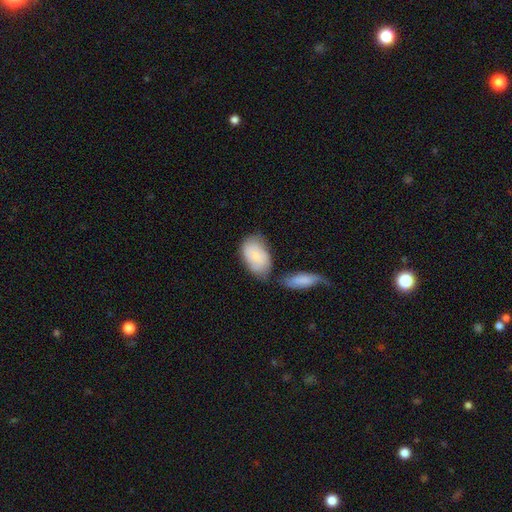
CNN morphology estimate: Smooth or featured: smooth — 68% (featured or disk — 26%)
How rounded: in between — 91% (round — 7%)
Merging: none — 50% (merger — 23%)